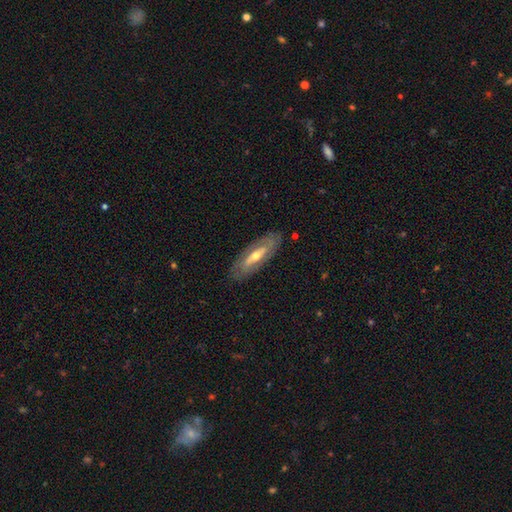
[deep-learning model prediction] smooth-or-featured: featured or disk: 68% | smooth: 27% | star or artifact: 6%
  disk-edge-on: no: 71% | yes: 29%
  merging: none: 84% | minor disturbance: 12% | major disturbance: 4% | merger: 1%